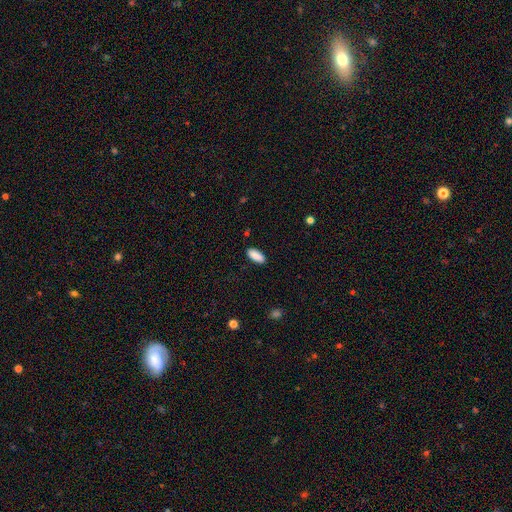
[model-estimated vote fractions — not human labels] smooth_or_featured: smooth (p=0.90) [alt: star or artifact p=0.07]
how_rounded: in between (p=0.85) [alt: cigar-shaped p=0.13]
merging: none (p=0.87) [alt: minor disturbance p=0.10]